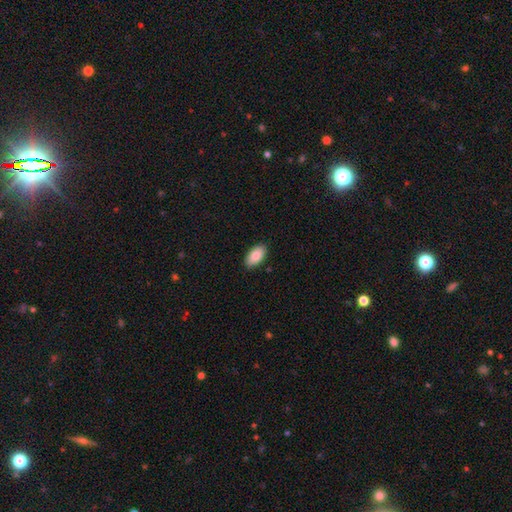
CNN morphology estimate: This is clearly a smooth galaxy (87%). How rounded: clearly in between (95%). Merging: clearly none (89%).